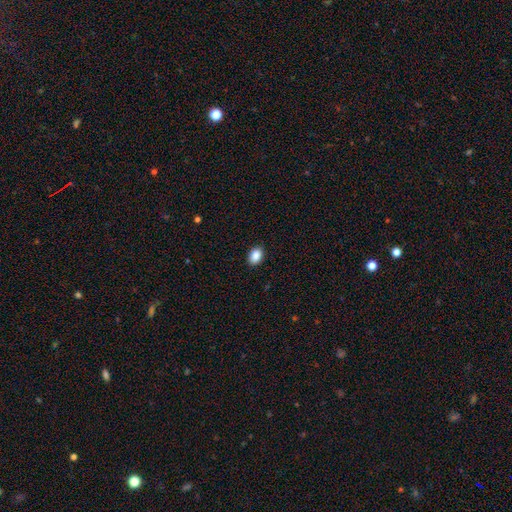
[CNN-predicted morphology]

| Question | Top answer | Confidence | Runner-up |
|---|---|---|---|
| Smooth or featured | smooth | 89% | star or artifact (8%) |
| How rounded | in between | 80% | round (19%) |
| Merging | none | 90% | minor disturbance (7%) |